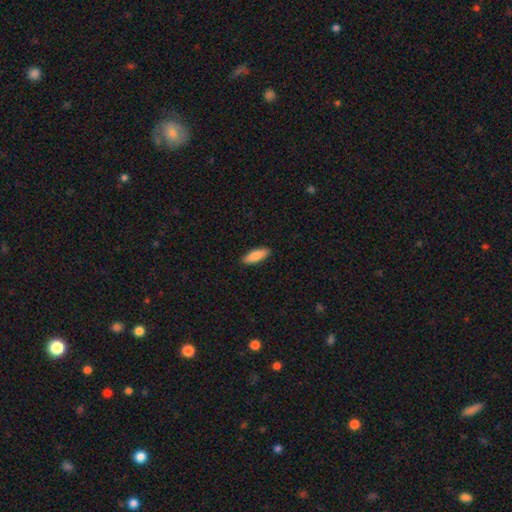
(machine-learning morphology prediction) Smooth or featured?
  - smooth: 86% *
  - featured or disk: 8%
  - star or artifact: 5%
How rounded?
  - in between: 58% *
  - cigar-shaped: 40%
  - round: 2%
Merging?
  - none: 90% *
  - minor disturbance: 7%
  - major disturbance: 2%
  - merger: 1%